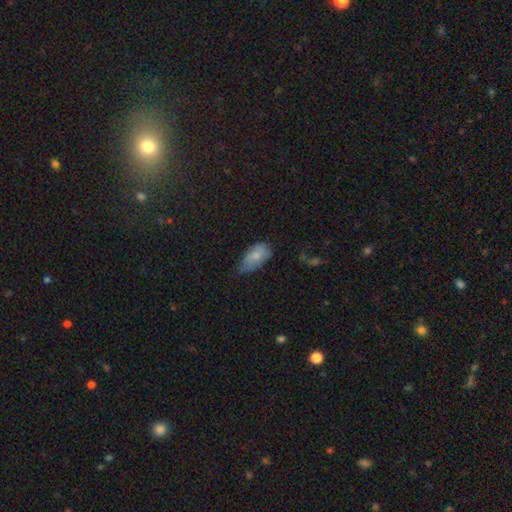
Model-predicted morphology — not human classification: Q: Smooth or featured?
A: smooth (75%); runner-up: featured or disk (17%)
Q: How rounded?
A: in between (92%); runner-up: round (4%)
Q: Merging?
A: minor disturbance (44%); runner-up: none (38%)